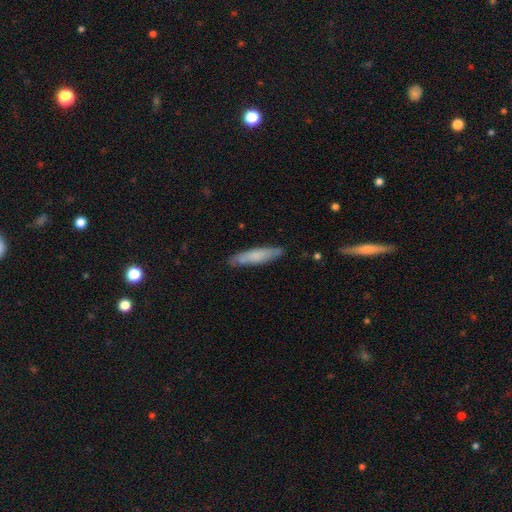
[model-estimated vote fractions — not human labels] Smooth or featured? smooth (65%)
How rounded? cigar-shaped (85%)
Merging? none (83%)